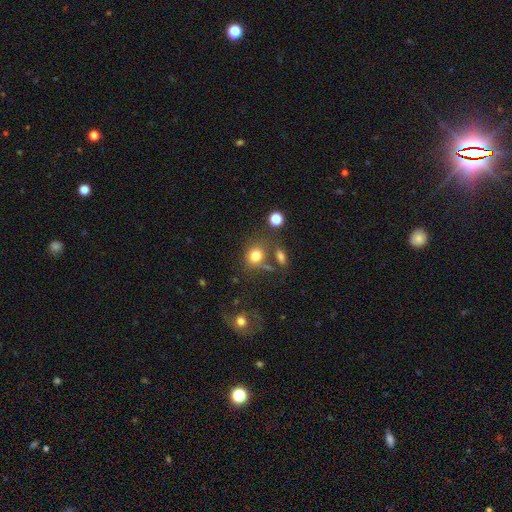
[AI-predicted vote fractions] Morphology: type=smooth (79%); roundness=round (66%); merging=none (60%).